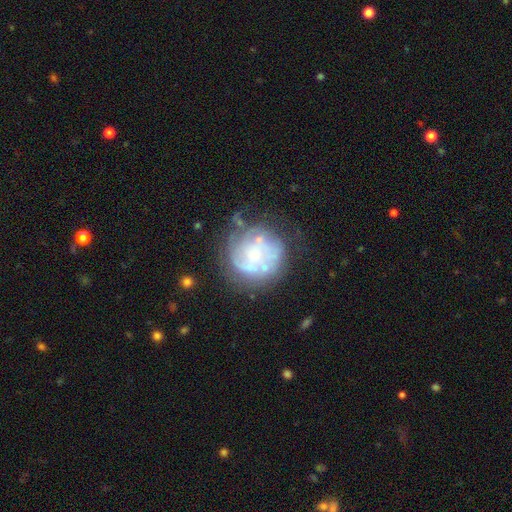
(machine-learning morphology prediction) Q: Smooth or featured?
A: featured or disk (62%); runner-up: smooth (29%)
Q: Edge-on disk?
A: no (98%); runner-up: yes (2%)
Q: Bar?
A: no (82%); runner-up: weak (14%)
Q: Spiral arms?
A: no (60%); runner-up: yes (40%)
Q: Bulge size?
A: small (42%); runner-up: moderate (33%)
Q: Merging?
A: none (54%); runner-up: minor disturbance (21%)